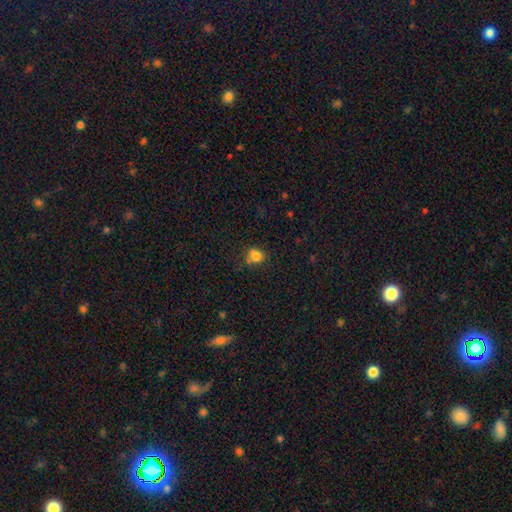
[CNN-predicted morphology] smooth_or_featured: smooth (p=0.80) [alt: star or artifact p=0.13]
how_rounded: round (p=0.61) [alt: in between p=0.38]
merging: none (p=0.59) [alt: minor disturbance p=0.21]